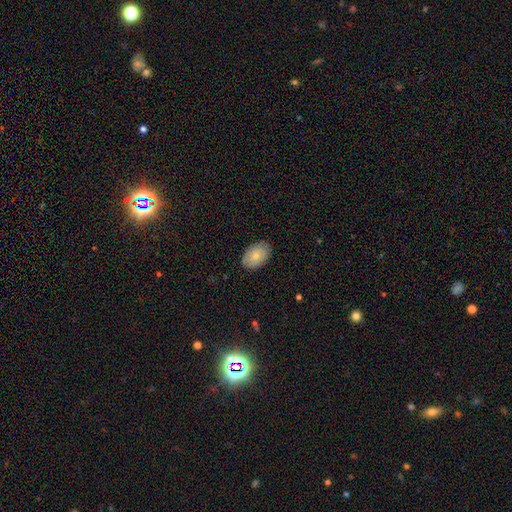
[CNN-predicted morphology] smooth_or_featured: smooth (p=0.81) [alt: featured or disk p=0.13]
how_rounded: in between (p=0.90) [alt: round p=0.09]
merging: none (p=0.86) [alt: minor disturbance p=0.11]